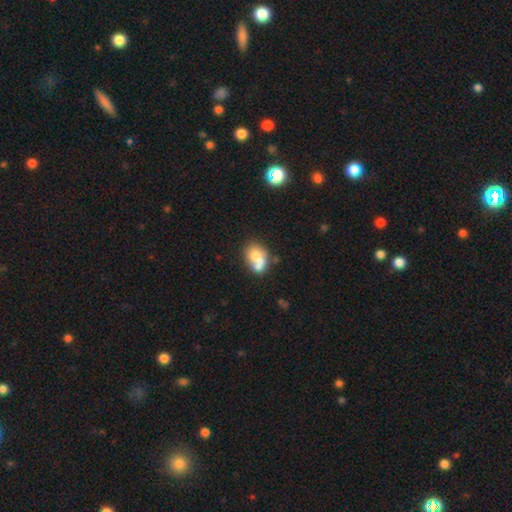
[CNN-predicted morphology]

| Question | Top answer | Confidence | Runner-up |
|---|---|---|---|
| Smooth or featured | smooth | 60% | featured or disk (30%) |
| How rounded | in between | 53% | round (46%) |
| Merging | merger | 57% | none (27%) |